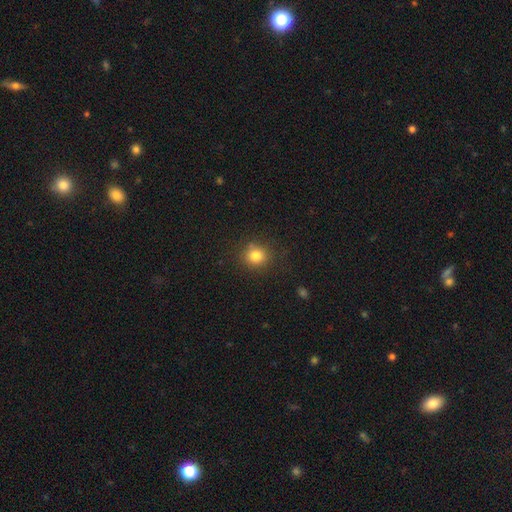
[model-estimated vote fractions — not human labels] A smooth galaxy with no disk features (82%) that is round (85%). Merging: none (85%).